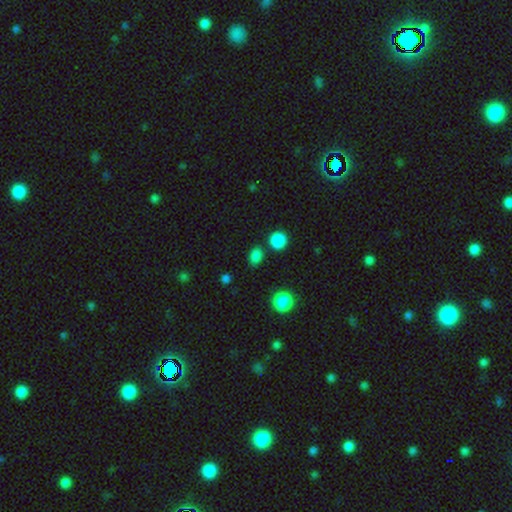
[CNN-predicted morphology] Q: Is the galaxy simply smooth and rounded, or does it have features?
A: smooth — 83%.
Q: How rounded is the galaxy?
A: in between — 56%.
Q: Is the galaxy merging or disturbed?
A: none — 80%.